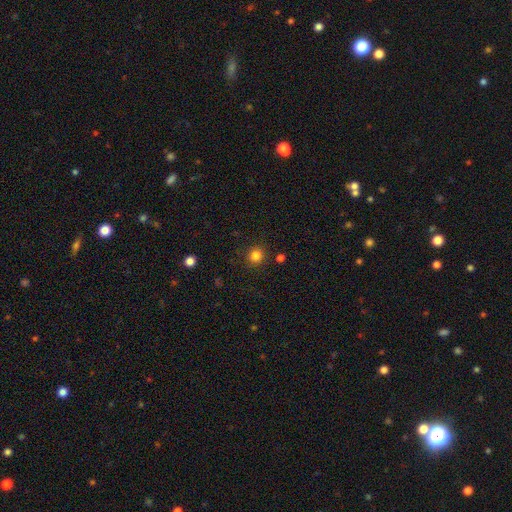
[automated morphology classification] A smooth galaxy with no disk features (83%) that is round (90%). Merging: none (88%).